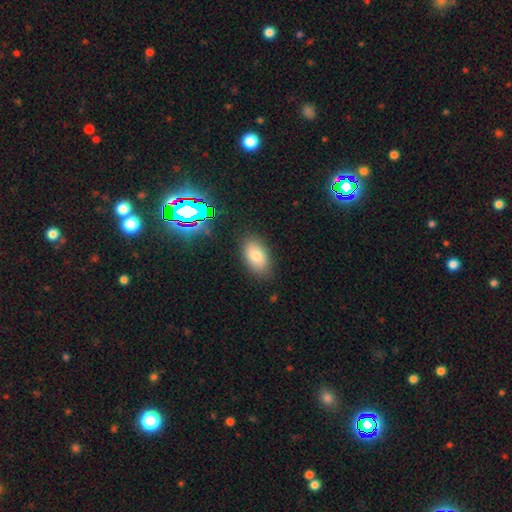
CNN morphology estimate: The model was most divided on "smooth or featured": smooth: 74%, star or artifact: 15%, featured or disk: 11%. More confident: how rounded — in between (92%); merging — none (85%).